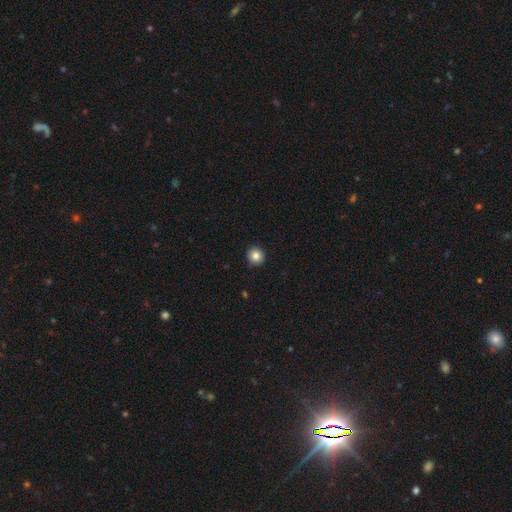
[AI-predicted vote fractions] A smooth galaxy with no disk features (84%) that is round (94%).

Vote fractions:
- Smooth or featured? smooth: 84% / star or artifact: 10% / featured or disk: 6%
- How rounded? round: 94% / in between: 5% / cigar-shaped: 1%
- Merging? none: 92% / minor disturbance: 5% / major disturbance: 1% / merger: 1%